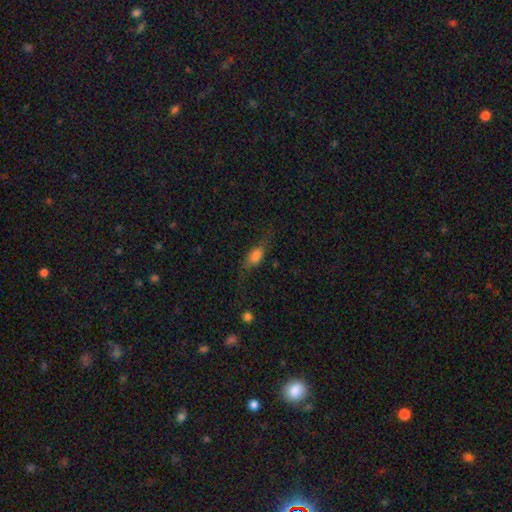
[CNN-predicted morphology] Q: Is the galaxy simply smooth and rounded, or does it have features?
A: smooth — 64%.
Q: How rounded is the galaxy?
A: in between — 71%.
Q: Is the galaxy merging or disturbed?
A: none — 57%.